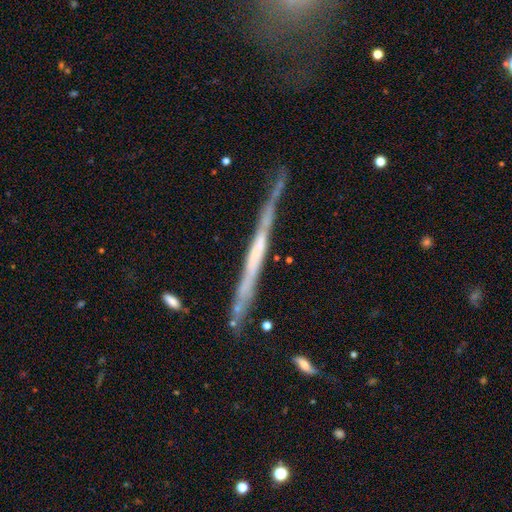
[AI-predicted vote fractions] A featured or disk galaxy (70%) viewed edge-on (95%) with no central bulge (80%). Merging: none (73%).